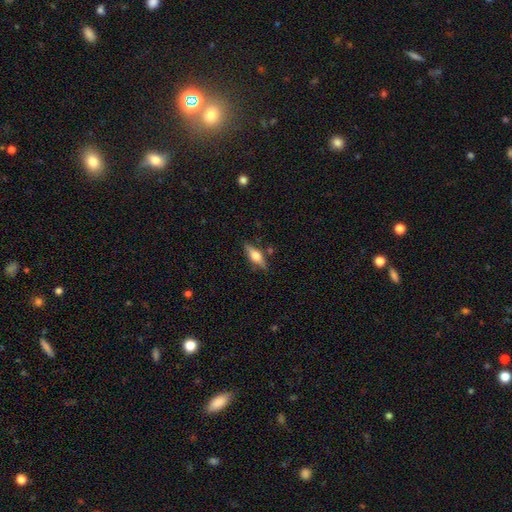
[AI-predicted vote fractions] Smooth or featured?
  - featured or disk: 47% *
  - smooth: 46%
  - star or artifact: 7%
Merging?
  - none: 80% *
  - minor disturbance: 14%
  - merger: 3%
  - major disturbance: 3%